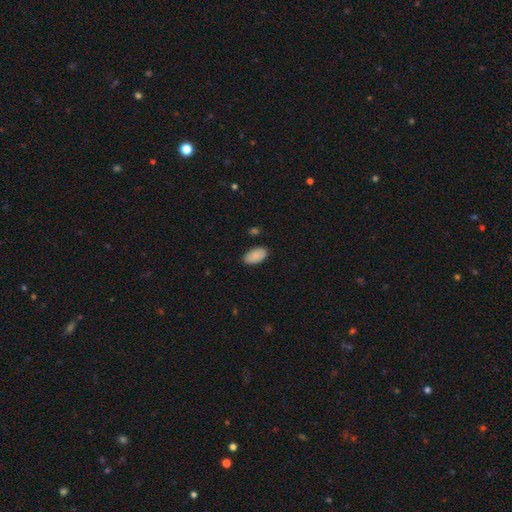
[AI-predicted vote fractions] A smooth galaxy with no disk features (87%) that is in between round and cigar-shaped (95%). Merging: none (83%).